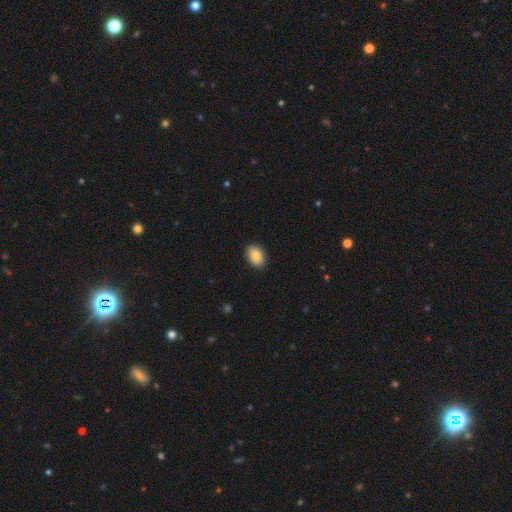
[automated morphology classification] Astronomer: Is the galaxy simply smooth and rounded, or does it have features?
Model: smooth — 86%.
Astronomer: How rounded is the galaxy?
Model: in between — 86%.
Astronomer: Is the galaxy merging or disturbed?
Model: none — 87%.